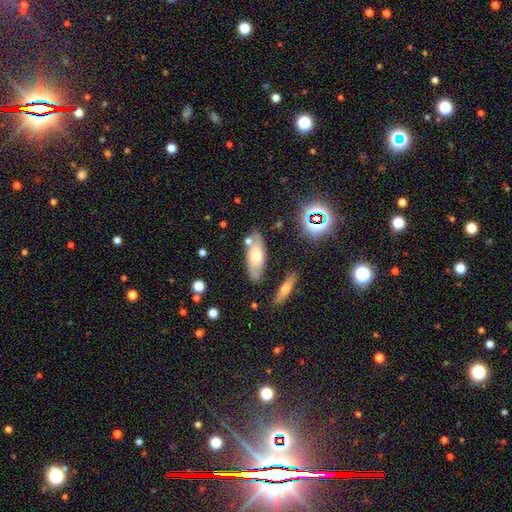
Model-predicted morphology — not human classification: smooth_or_featured: smooth (p=0.54) [alt: featured or disk p=0.37]
how_rounded: in between (p=0.77) [alt: cigar-shaped p=0.20]
merging: none (p=0.71) [alt: minor disturbance p=0.15]